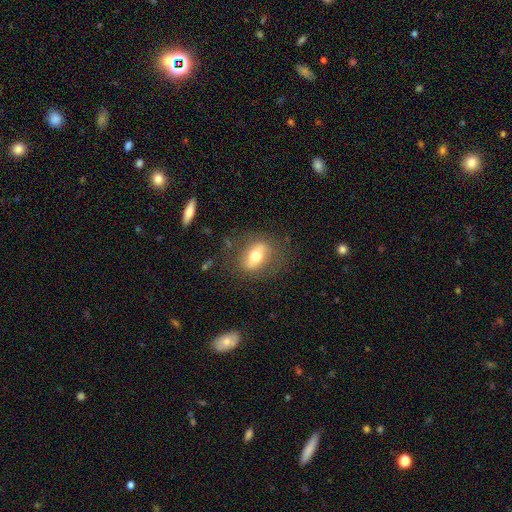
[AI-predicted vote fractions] smooth_or_featured: smooth (p=0.52) [alt: featured or disk p=0.40]
how_rounded: in between (p=0.71) [alt: round p=0.24]
merging: none (p=0.74) [alt: minor disturbance p=0.16]